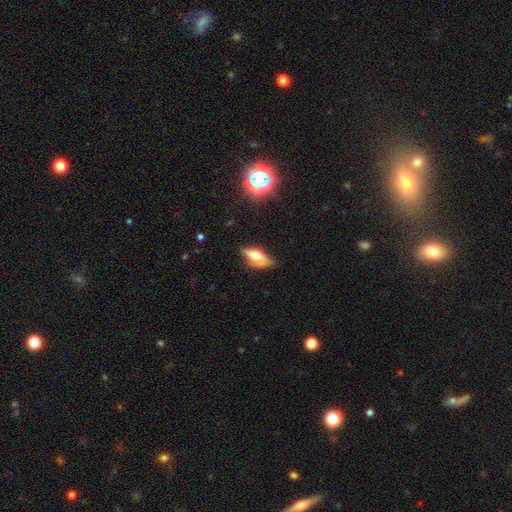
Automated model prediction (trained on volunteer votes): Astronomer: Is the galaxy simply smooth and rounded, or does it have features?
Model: smooth — 49% (runner-up: featured or disk, 42%).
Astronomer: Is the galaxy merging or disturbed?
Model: none — 45% (runner-up: minor disturbance, 33%).